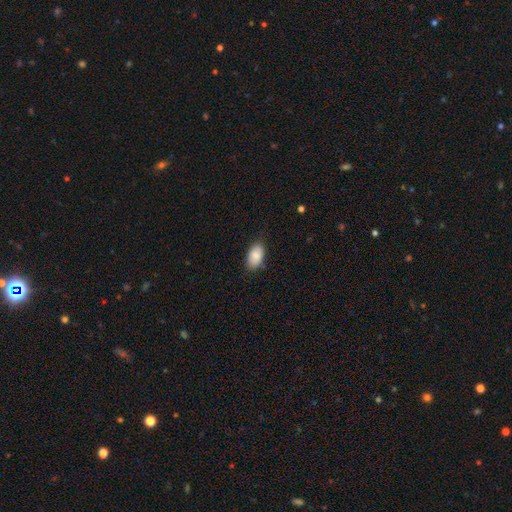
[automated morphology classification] A smooth galaxy with no disk features (85%) that is in between round and cigar-shaped (93%).

Vote fractions:
- Smooth or featured? smooth: 85% / featured or disk: 9% / star or artifact: 6%
- How rounded? in between: 93% / round: 6% / cigar-shaped: 1%
- Merging? none: 80% / minor disturbance: 16% / major disturbance: 3% / merger: 1%